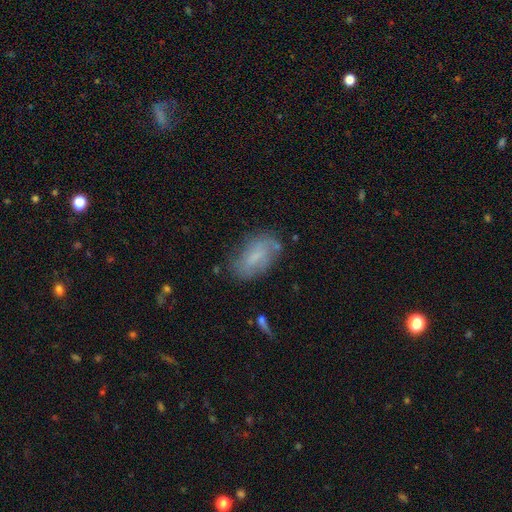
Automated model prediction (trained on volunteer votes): Q: Smooth or featured?
A: smooth (59%); runner-up: featured or disk (32%)
Q: How rounded?
A: in between (89%); runner-up: cigar-shaped (7%)
Q: Merging?
A: none (66%); runner-up: minor disturbance (23%)